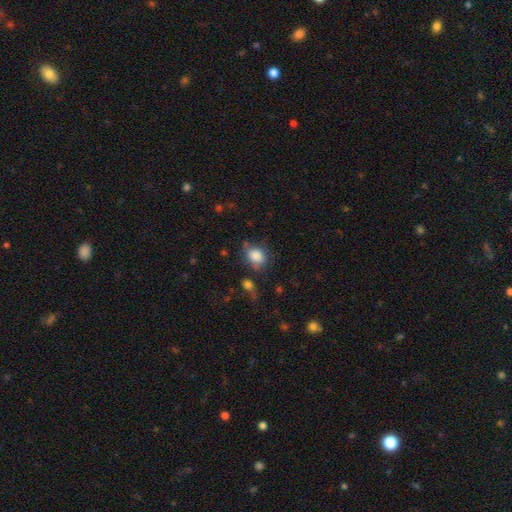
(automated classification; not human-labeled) Q: Smooth or featured?
A: smooth (84%); runner-up: star or artifact (9%)
Q: How rounded?
A: round (50%); runner-up: in between (49%)
Q: Merging?
A: none (57%); runner-up: minor disturbance (26%)